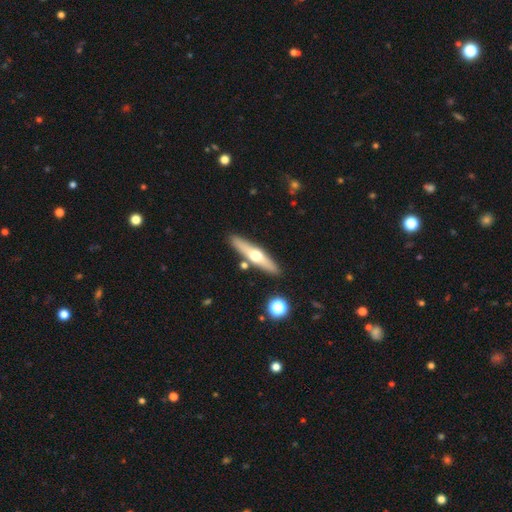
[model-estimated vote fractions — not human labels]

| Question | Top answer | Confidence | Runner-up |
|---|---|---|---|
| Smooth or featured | featured or disk | 57% | smooth (38%) |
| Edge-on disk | yes | 92% | no (8%) |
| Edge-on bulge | rounded | 94% | none (4%) |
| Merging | none | 86% | minor disturbance (8%) |